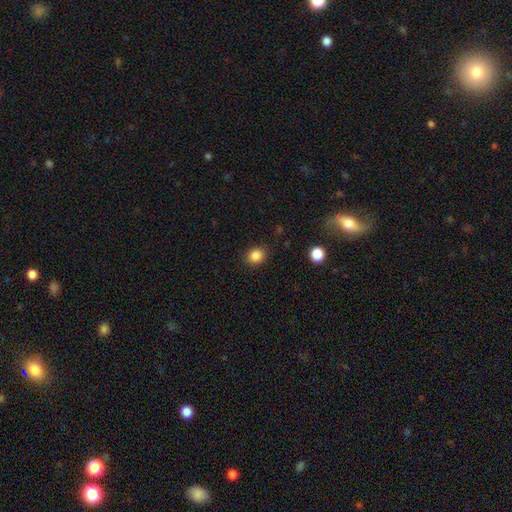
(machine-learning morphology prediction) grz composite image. It shows a smooth galaxy with no disk features (85%) that is round (71%). Merging: none (88%).